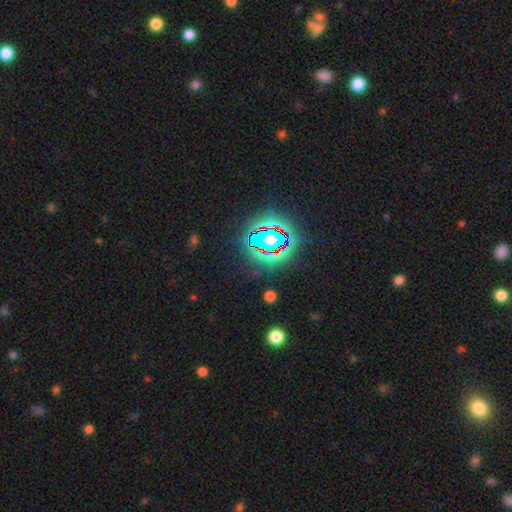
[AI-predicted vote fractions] Q: Smooth or featured?
A: star or artifact (81%); runner-up: smooth (11%)